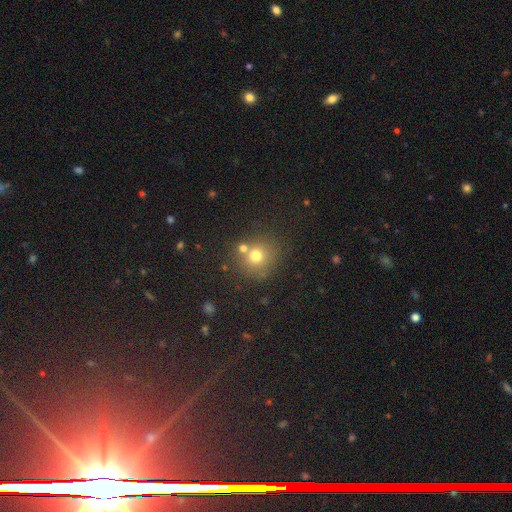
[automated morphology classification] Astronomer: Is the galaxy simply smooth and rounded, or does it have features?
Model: smooth — 71%.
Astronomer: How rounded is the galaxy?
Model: round — 88%.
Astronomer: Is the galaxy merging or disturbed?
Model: none — 65%.